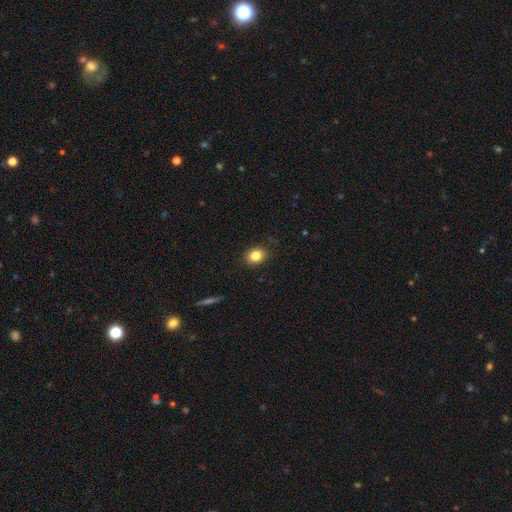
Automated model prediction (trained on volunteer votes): smooth_or_featured: smooth (p=0.83) [alt: star or artifact p=0.10]
how_rounded: round (p=0.53) [alt: in between p=0.46]
merging: none (p=0.88) [alt: minor disturbance p=0.09]